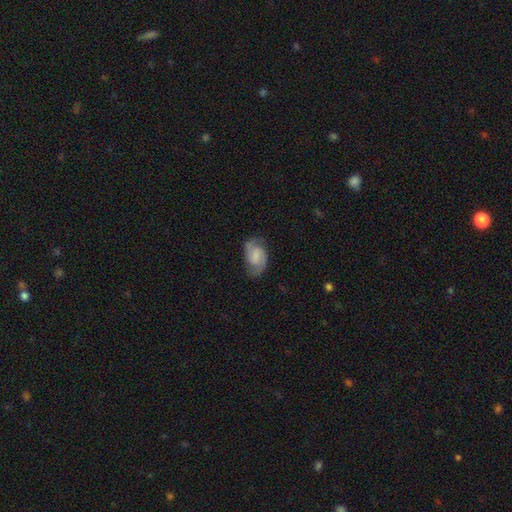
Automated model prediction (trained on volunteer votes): Smooth or featured? Predicted: featured or disk (p=0.69). Edge-on disk? Predicted: no (p=0.97). Bar? Predicted: weak (p=0.48). Spiral arms? Predicted: yes (p=0.94). Spiral winding? Predicted: medium (p=0.51). Spiral arm count? Predicted: 2 (p=0.90). Bulge size? Predicted: none (p=0.35). Merging? Predicted: none (p=0.73).